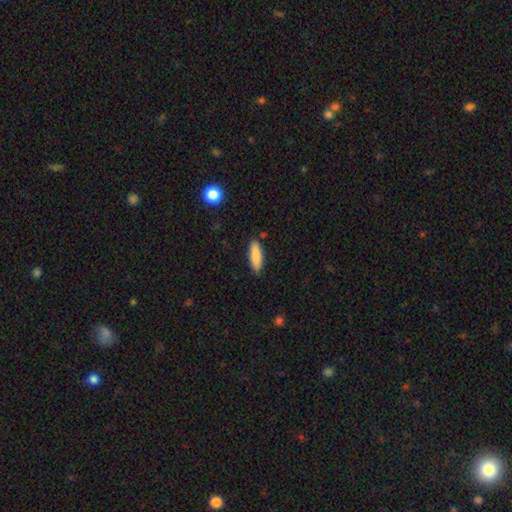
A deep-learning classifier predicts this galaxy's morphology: smooth 86%, featured or disk 8%, star or artifact 6%. Down the decision tree: how rounded — in between (50%); merging — none (85%).